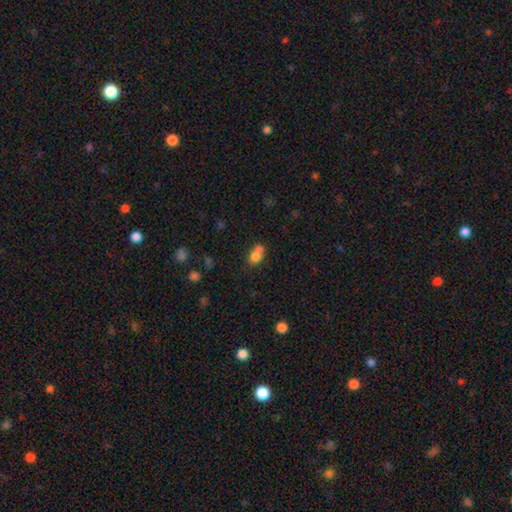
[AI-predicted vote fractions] Smooth or featured: smooth — 74% (featured or disk — 15%)
How rounded: in between — 56% (round — 42%)
Merging: merger — 55% (none — 31%)